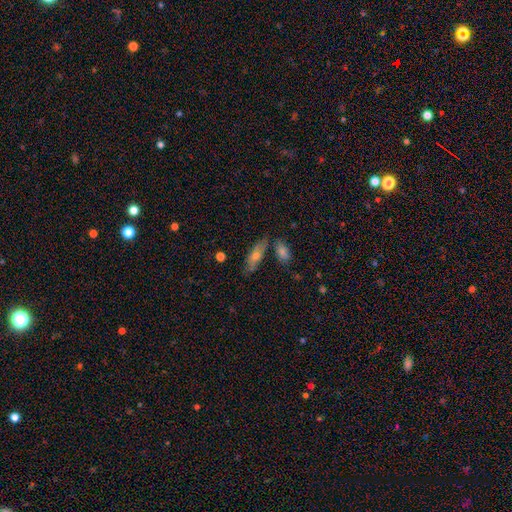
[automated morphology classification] type=smooth (52%); roundness=cigar-shaped (48%, tied with in between); merging=none (70%).